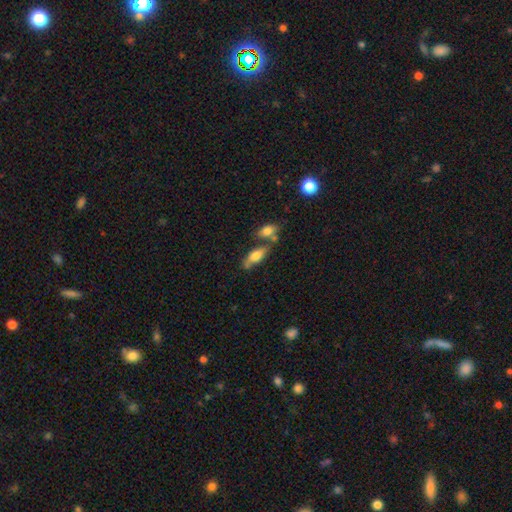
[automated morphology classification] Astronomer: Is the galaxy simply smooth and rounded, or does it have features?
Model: smooth — 66%.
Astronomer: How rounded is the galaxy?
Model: in between — 71%.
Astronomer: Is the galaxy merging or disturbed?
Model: none — 53%.